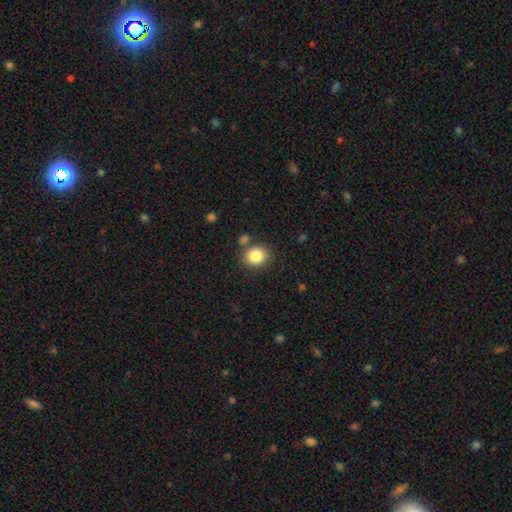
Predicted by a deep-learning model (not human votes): Smooth or featured?
  - smooth: 84% *
  - star or artifact: 10%
  - featured or disk: 6%
How rounded?
  - round: 75% *
  - in between: 24%
  - cigar-shaped: 1%
Merging?
  - none: 78% *
  - minor disturbance: 10%
  - merger: 9%
  - major disturbance: 3%